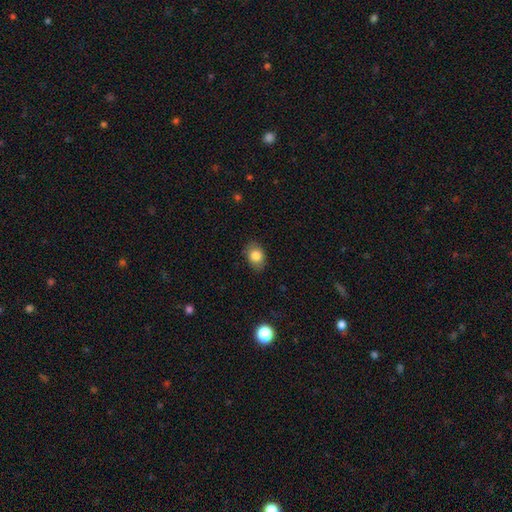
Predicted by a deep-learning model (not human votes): This is clearly a smooth galaxy (82%). How rounded: likely in between (69%). Merging: clearly none (81%).